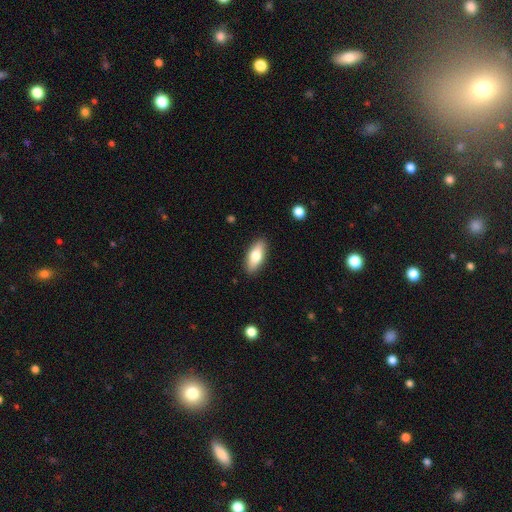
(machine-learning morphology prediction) Smooth or featured?
  - smooth: 74% *
  - featured or disk: 20%
  - star or artifact: 6%
How rounded?
  - in between: 79% *
  - cigar-shaped: 19%
  - round: 3%
Merging?
  - none: 89% *
  - minor disturbance: 8%
  - major disturbance: 2%
  - merger: 1%